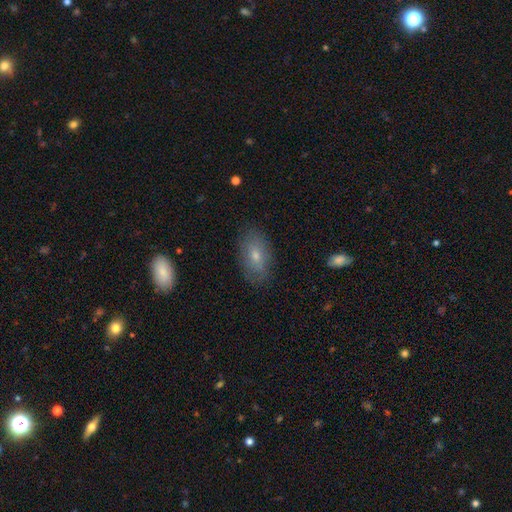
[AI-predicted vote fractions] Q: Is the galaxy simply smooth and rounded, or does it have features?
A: smooth — 61%.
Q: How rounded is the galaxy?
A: in between — 91%.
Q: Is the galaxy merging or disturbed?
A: none — 80%.